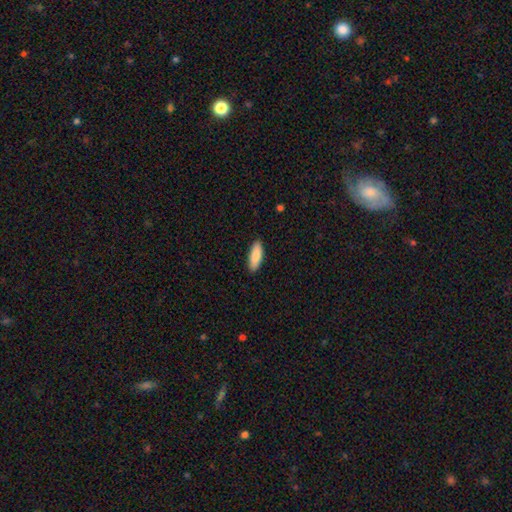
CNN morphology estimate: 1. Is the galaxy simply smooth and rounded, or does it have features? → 87% smooth, 7% featured or disk, 5% star or artifact.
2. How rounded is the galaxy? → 65% in between, 33% cigar-shaped, 2% round.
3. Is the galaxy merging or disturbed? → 90% none, 7% minor disturbance, 2% major disturbance, 1% merger.